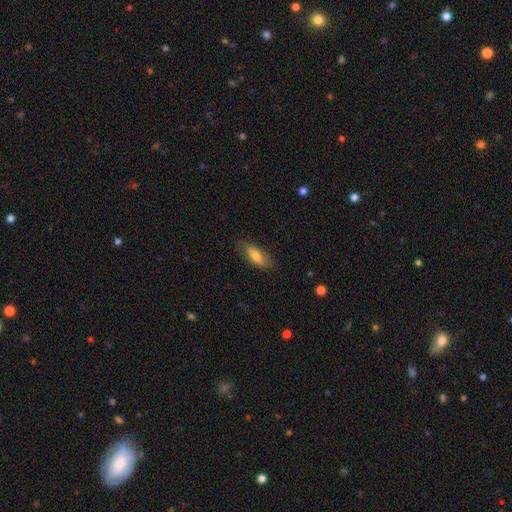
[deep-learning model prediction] Q: Smooth or featured?
A: smooth (74%); runner-up: featured or disk (20%)
Q: How rounded?
A: in between (75%); runner-up: cigar-shaped (22%)
Q: Merging?
A: none (79%); runner-up: minor disturbance (16%)